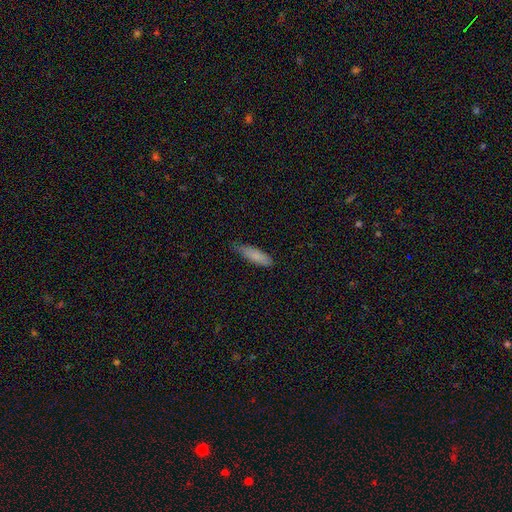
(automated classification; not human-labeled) A smooth galaxy with no disk features (84%) that is cigar-shaped (51%).

Vote fractions:
- Smooth or featured? smooth: 84% / featured or disk: 10% / star or artifact: 6%
- How rounded? cigar-shaped: 51% / in between: 48% / round: 2%
- Merging? none: 62% / minor disturbance: 32% / major disturbance: 4% / merger: 1%